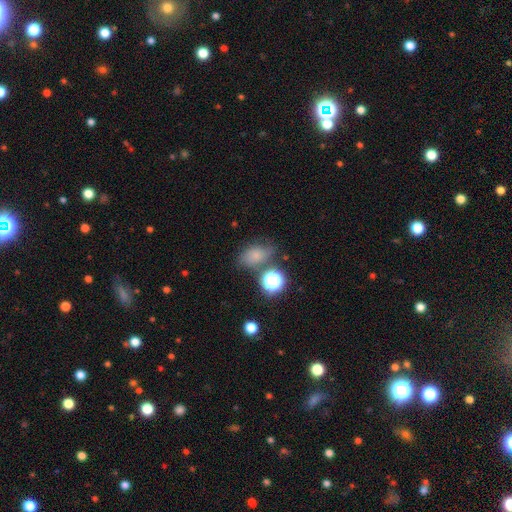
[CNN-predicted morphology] A smooth galaxy with no disk features (68%) that is in between round and cigar-shaped (71%). Merging: none (58%).